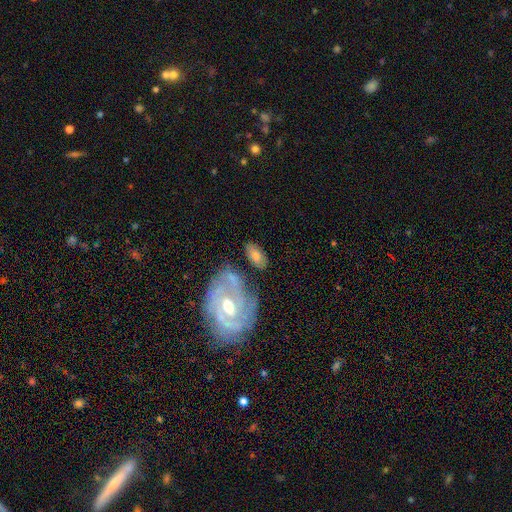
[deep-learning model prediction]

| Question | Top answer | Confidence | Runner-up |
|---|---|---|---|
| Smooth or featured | smooth | 61% | featured or disk (32%) |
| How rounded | in between | 90% | round (5%) |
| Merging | none | 68% | minor disturbance (16%) |